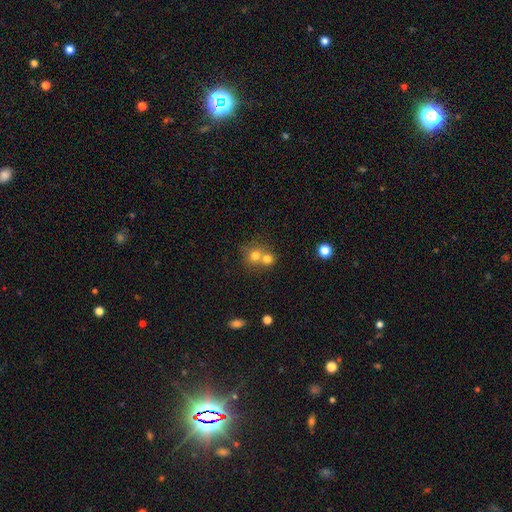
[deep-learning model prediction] Q: Smooth or featured?
A: smooth (72%); runner-up: featured or disk (15%)
Q: How rounded?
A: round (81%); runner-up: in between (18%)
Q: Merging?
A: merger (56%); runner-up: none (36%)